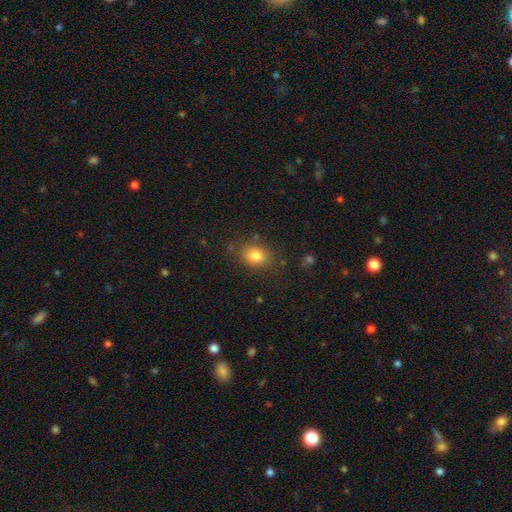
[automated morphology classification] Q: Smooth or featured?
A: smooth (81%); runner-up: star or artifact (11%)
Q: How rounded?
A: in between (61%); runner-up: round (38%)
Q: Merging?
A: none (79%); runner-up: minor disturbance (14%)